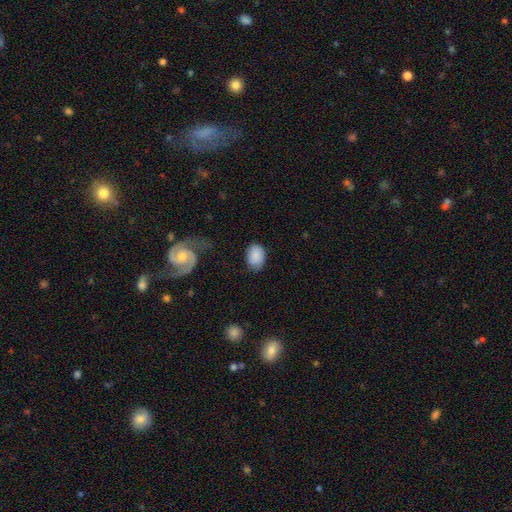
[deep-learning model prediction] This appears to be a smooth galaxy with no disk features (83%) that is in between round and cigar-shaped (79%). Merging: none (68%).